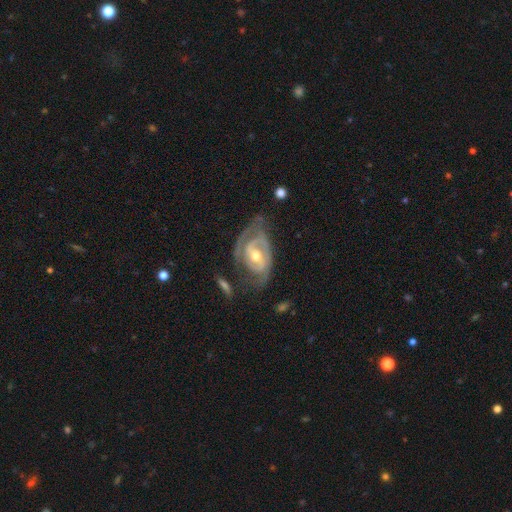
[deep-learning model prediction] The model was most divided on "bar": weak: 41%, no: 39%, strong: 20%. More confident: edge-on disk — no (96%); spiral arms — yes (92%); smooth or featured — featured or disk (87%); bulge size — moderate (69%); spiral arm count — 2 (63%); spiral winding — tight (56%); merging — none (52%).